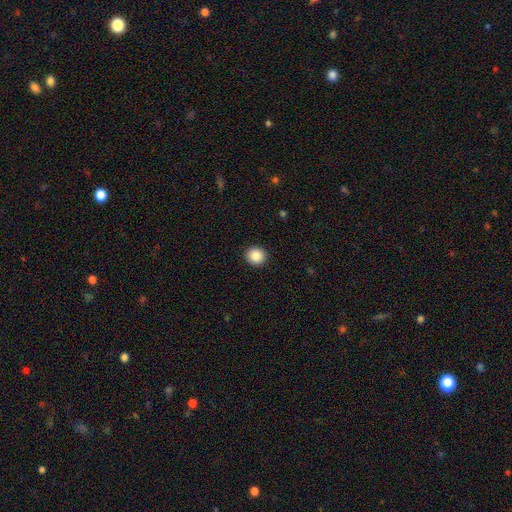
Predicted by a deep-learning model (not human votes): Q: Smooth or featured?
A: smooth (86%); runner-up: star or artifact (9%)
Q: How rounded?
A: round (91%); runner-up: in between (8%)
Q: Merging?
A: none (93%); runner-up: minor disturbance (5%)